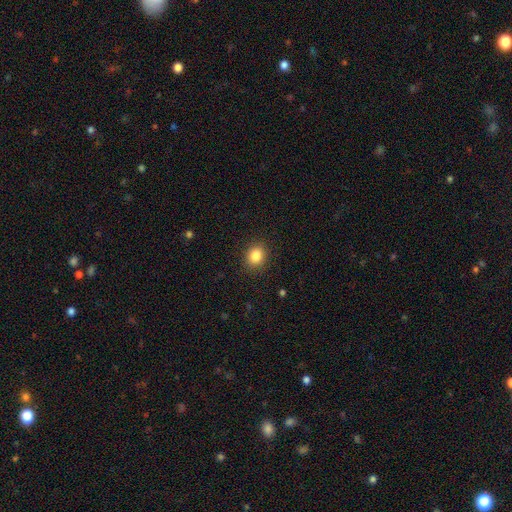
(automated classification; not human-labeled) Smooth or featured? Predicted: smooth (p=0.85). How rounded? Predicted: round (p=0.56). Merging? Predicted: none (p=0.88).